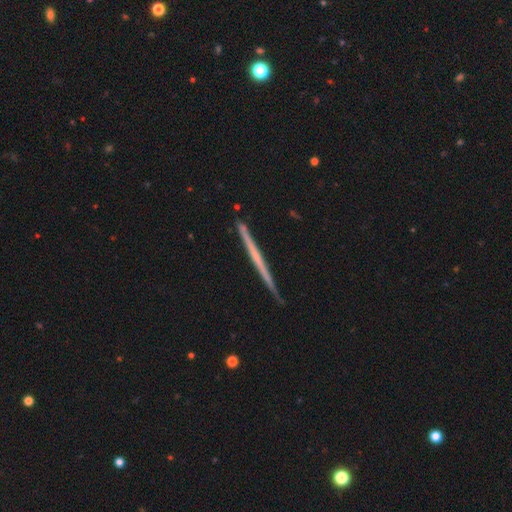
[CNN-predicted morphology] A featured or disk galaxy (62%) viewed edge-on (98%) with no central bulge (88%). Merging: none (91%).